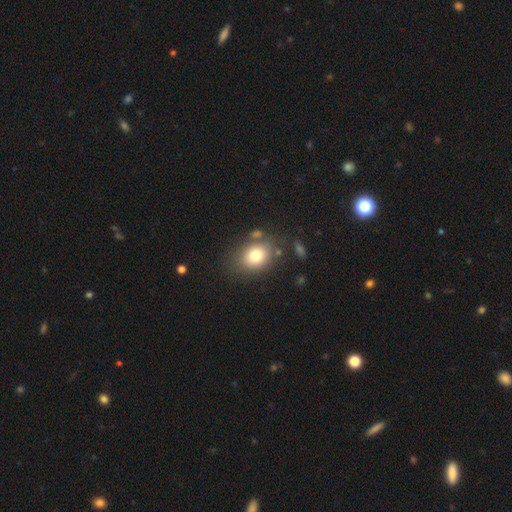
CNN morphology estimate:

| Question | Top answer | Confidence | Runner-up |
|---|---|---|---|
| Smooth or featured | smooth | 78% | featured or disk (12%) |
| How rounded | in between | 55% | round (44%) |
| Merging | none | 72% | minor disturbance (14%) |